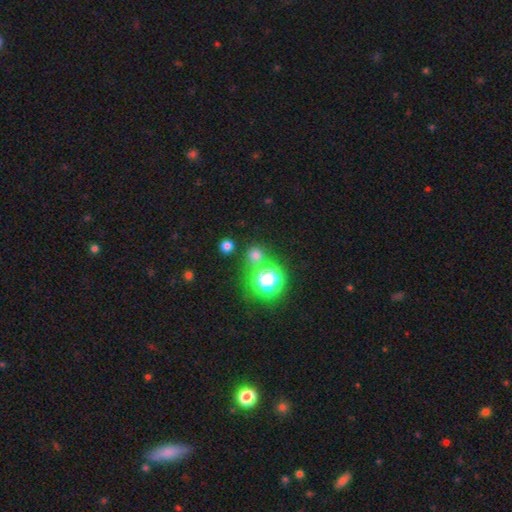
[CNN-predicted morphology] smooth-or-featured: smooth: 68% | star or artifact: 27% | featured or disk: 6%
  how-rounded: round: 92% | in between: 7% | cigar-shaped: 1%
  merging: none: 78% | merger: 11% | minor disturbance: 7% | major disturbance: 3%